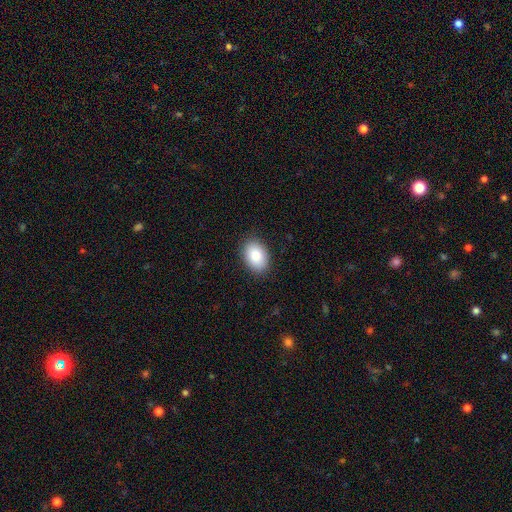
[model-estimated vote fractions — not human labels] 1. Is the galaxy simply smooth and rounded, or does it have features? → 86% smooth, 7% star or artifact, 7% featured or disk.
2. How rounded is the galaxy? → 86% in between, 13% round, 1% cigar-shaped.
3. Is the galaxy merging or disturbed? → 88% none, 9% minor disturbance, 2% major disturbance, 1% merger.